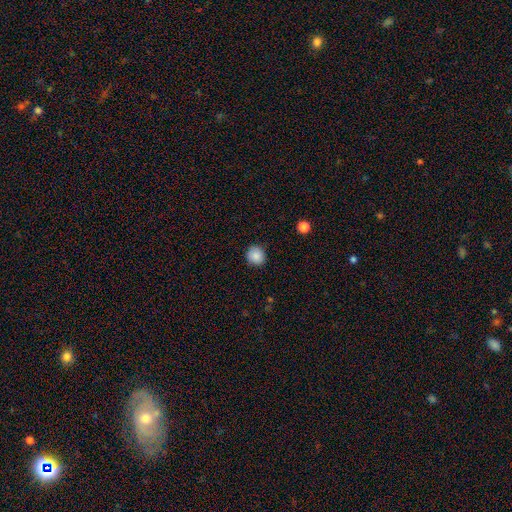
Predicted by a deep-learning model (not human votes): Q: Smooth or featured?
A: smooth (86%); runner-up: star or artifact (9%)
Q: How rounded?
A: round (91%); runner-up: in between (8%)
Q: Merging?
A: none (90%); runner-up: minor disturbance (7%)